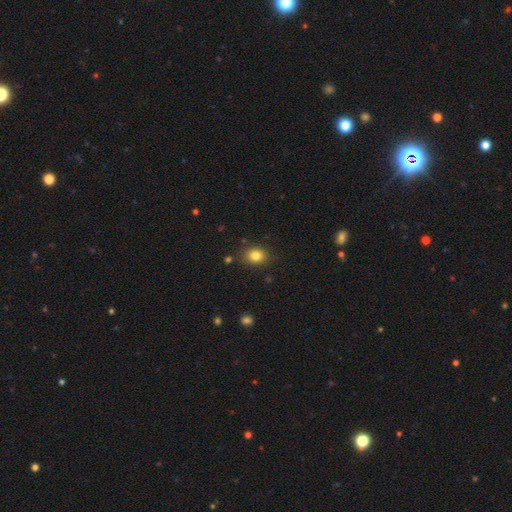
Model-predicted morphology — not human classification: A smooth galaxy with no disk features (82%) that is in between round and cigar-shaped (52%).

Vote fractions:
- Smooth or featured? smooth: 82% / star or artifact: 11% / featured or disk: 7%
- How rounded? in between: 52% / round: 47% / cigar-shaped: 1%
- Merging? none: 84% / minor disturbance: 11% / major disturbance: 3% / merger: 2%